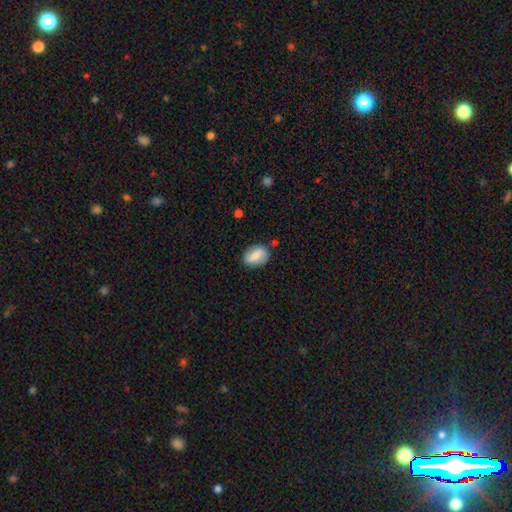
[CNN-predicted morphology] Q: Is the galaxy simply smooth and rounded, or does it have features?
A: smooth — 66%.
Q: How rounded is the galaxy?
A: in between — 80%.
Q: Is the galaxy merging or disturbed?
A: none — 77%.